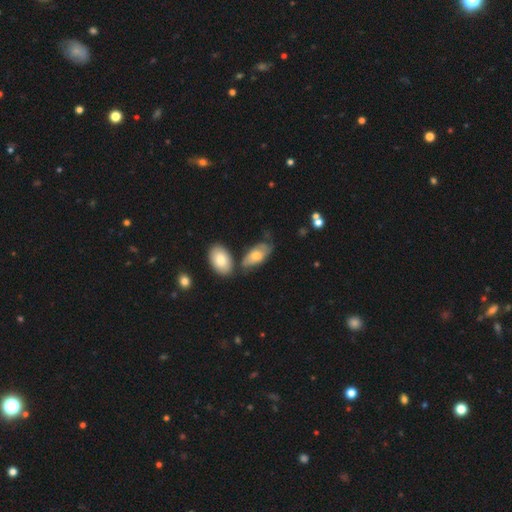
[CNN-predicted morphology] A smooth galaxy with no disk features (59%) that is in between round and cigar-shaped (92%).

Vote fractions:
- Smooth or featured? smooth: 59% / featured or disk: 34% / star or artifact: 7%
- How rounded? in between: 92% / cigar-shaped: 5% / round: 3%
- Merging? none: 44% / minor disturbance: 27% / merger: 17% / major disturbance: 11%